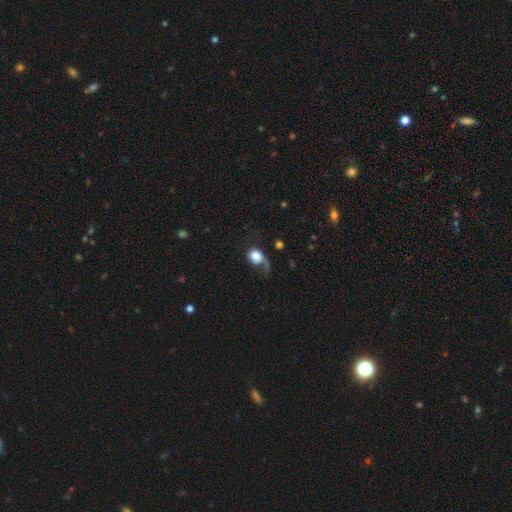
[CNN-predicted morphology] Smooth or featured: smooth — 67% (featured or disk — 24%)
How rounded: round — 69% (in between — 30%)
Merging: major disturbance — 44% (none — 31%)